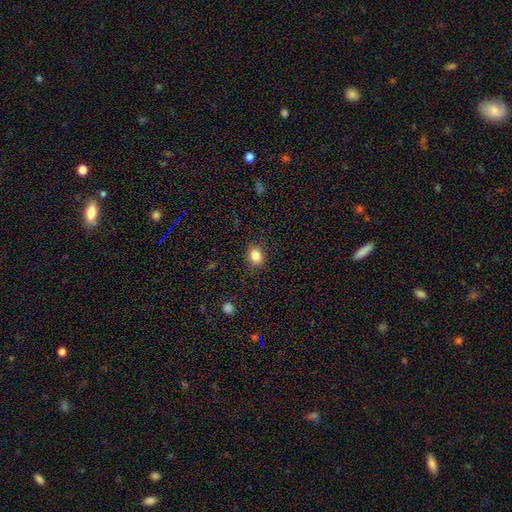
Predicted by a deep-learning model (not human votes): Morphology: type=smooth (84%); roundness=in between (60%); merging=none (86%).